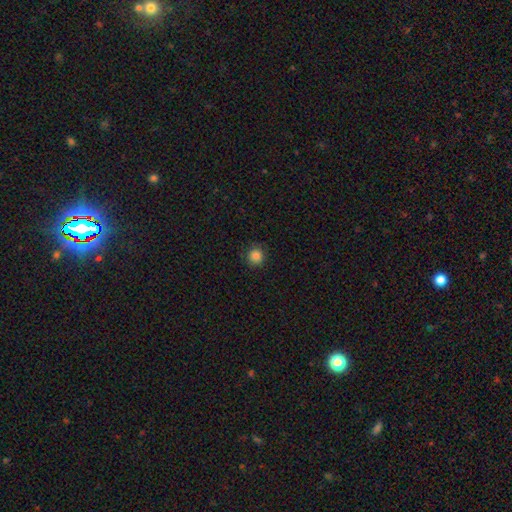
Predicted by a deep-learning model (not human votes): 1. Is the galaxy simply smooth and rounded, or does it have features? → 85% smooth, 12% star or artifact, 4% featured or disk.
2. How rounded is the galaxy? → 93% round, 6% in between, 1% cigar-shaped.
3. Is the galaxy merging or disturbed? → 87% none, 9% minor disturbance, 2% major disturbance, 1% merger.